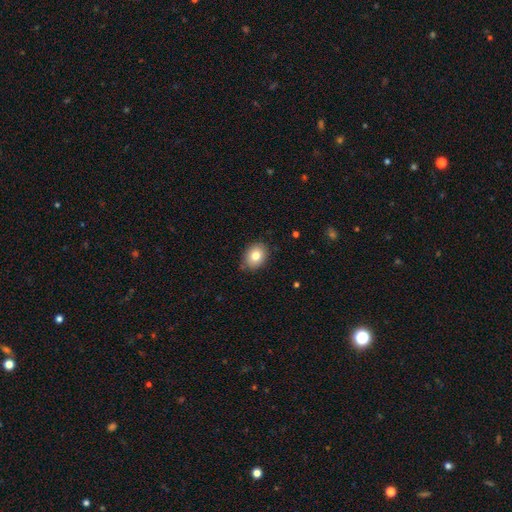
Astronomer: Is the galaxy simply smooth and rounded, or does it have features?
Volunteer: smooth — 69%.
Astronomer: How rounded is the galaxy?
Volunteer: round — 59% (runner-up: in between, 41%).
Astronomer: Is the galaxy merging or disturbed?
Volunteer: none — 83%.